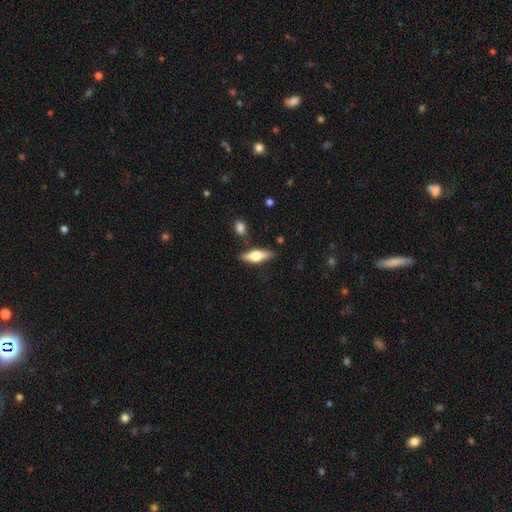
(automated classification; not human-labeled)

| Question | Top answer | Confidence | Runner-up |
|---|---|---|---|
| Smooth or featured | smooth | 48% | featured or disk (46%) |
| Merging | none | 80% | minor disturbance (12%) |